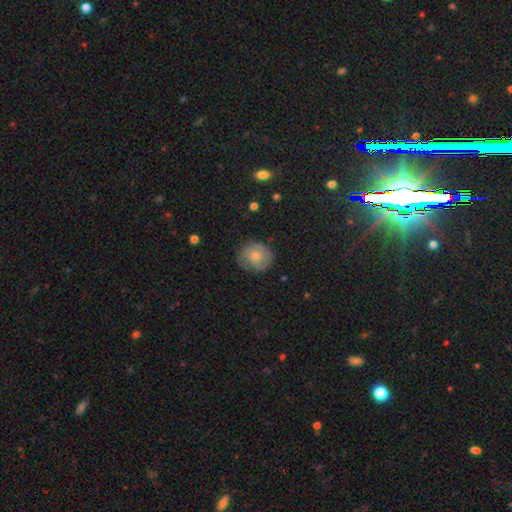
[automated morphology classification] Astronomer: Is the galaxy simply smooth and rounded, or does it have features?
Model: smooth — 66%.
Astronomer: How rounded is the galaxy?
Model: round — 80%.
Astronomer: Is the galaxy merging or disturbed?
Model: none — 66%.